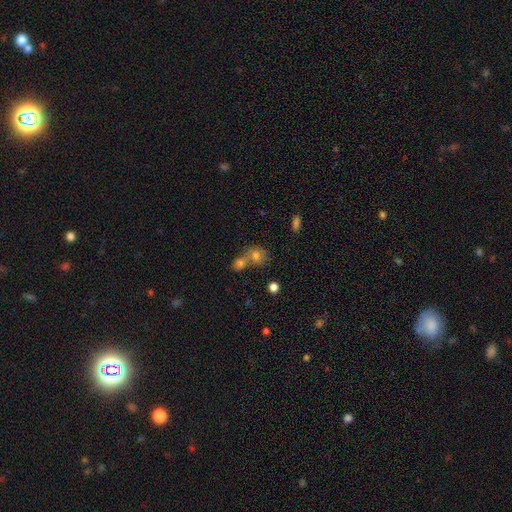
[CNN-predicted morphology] smooth-or-featured: smooth: 69% | featured or disk: 16% | star or artifact: 15%
  how-rounded: round: 62% | in between: 36% | cigar-shaped: 2%
  merging: merger: 55% | none: 34% | minor disturbance: 8% | major disturbance: 4%